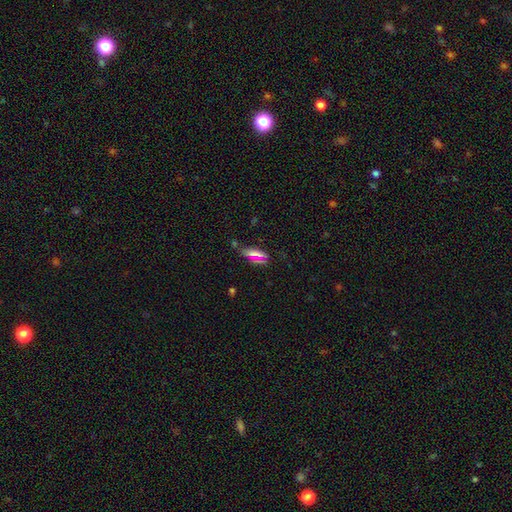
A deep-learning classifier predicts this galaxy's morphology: smooth 57%, star or artifact 29%, featured or disk 15%. Down the decision tree: how rounded — in between (68%); merging — none (71%).